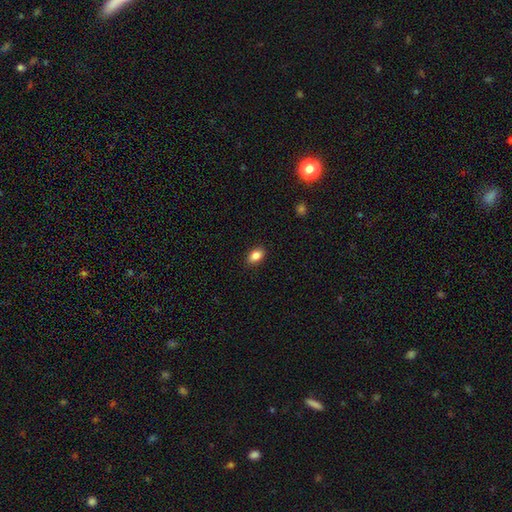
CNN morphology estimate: Smooth or featured?
  - smooth: 85% *
  - star or artifact: 8%
  - featured or disk: 7%
How rounded?
  - in between: 86% *
  - round: 11%
  - cigar-shaped: 2%
Merging?
  - none: 88% *
  - minor disturbance: 9%
  - major disturbance: 2%
  - merger: 1%